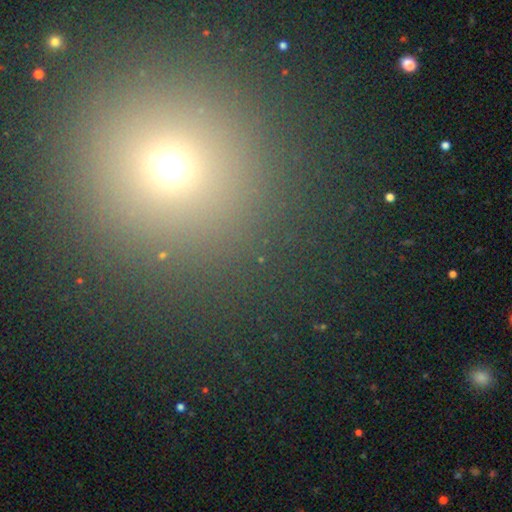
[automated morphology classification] Smooth or featured: smooth — 57% (star or artifact — 35%)
How rounded: round — 93% (in between — 6%)
Merging: none — 89% (minor disturbance — 5%)